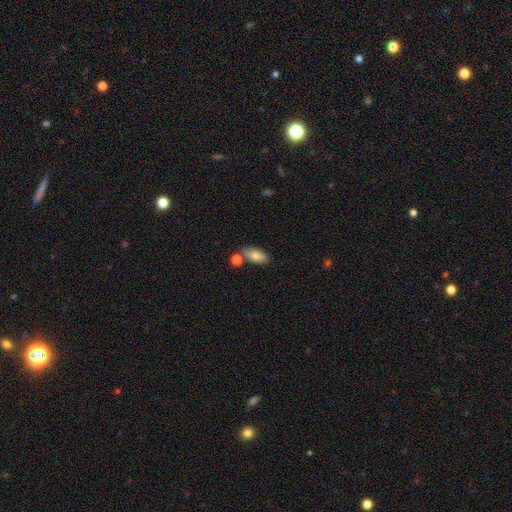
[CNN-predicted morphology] Q: Smooth or featured?
A: smooth (80%); runner-up: featured or disk (12%)
Q: How rounded?
A: in between (90%); runner-up: cigar-shaped (6%)
Q: Merging?
A: none (71%); runner-up: minor disturbance (13%)